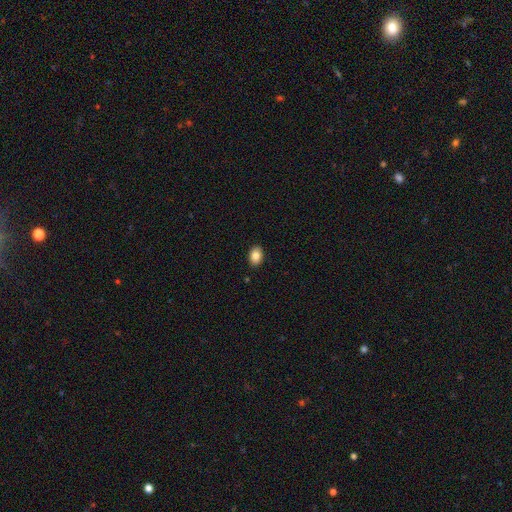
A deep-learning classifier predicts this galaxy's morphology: Smooth or featured? Predicted: smooth (p=0.85). How rounded? Predicted: in between (p=0.82). Merging? Predicted: none (p=0.90).